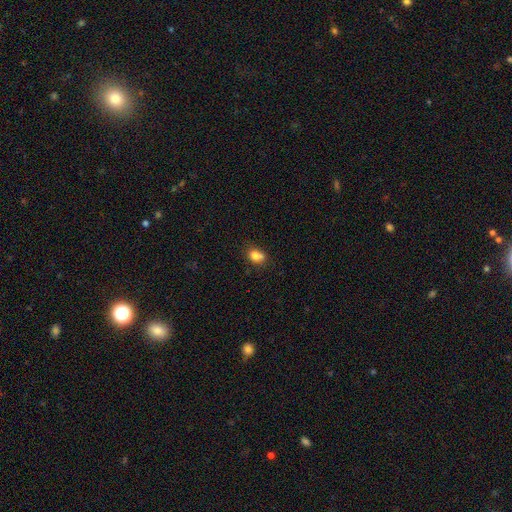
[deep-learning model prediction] A smooth galaxy with no disk features (79%) that is in between round and cigar-shaped (52%).

Vote fractions:
- Smooth or featured? smooth: 79% / star or artifact: 11% / featured or disk: 10%
- How rounded? in between: 52% / round: 47% / cigar-shaped: 1%
- Merging? none: 51% / merger: 28% / minor disturbance: 17% / major disturbance: 5%